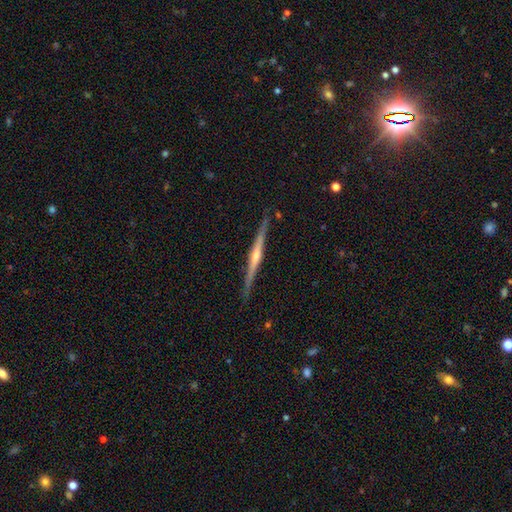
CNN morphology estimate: The model was most divided on "edge-on bulge": rounded: 79%, none: 12%, boxy: 9%. More confident: edge-on disk — yes (98%); merging — none (91%); smooth or featured — featured or disk (82%).